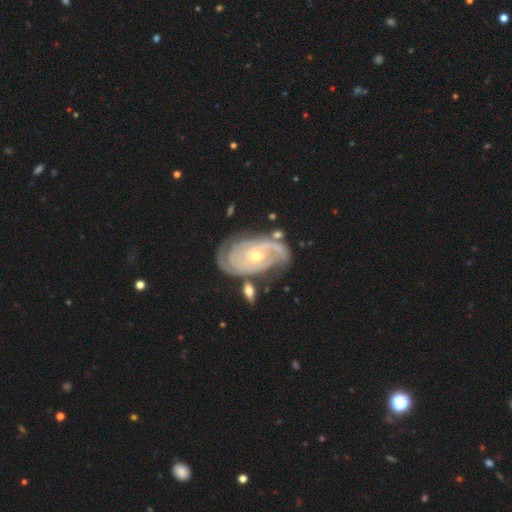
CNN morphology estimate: Smooth or featured? featured or disk (91%)
Edge-on disk? no (97%)
Bar? no (67%)
Spiral arms? yes (98%)
Spiral winding? tight (71%)
Spiral arm count? 2 (36%)
Bulge size? small (60%)
Merging? none (64%)